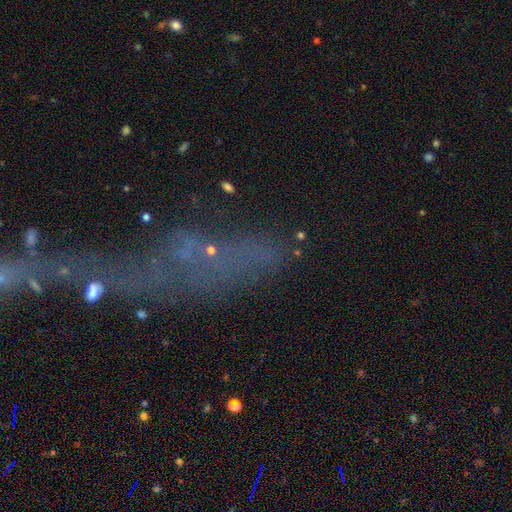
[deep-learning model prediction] star or artifact 37%, smooth 33%, featured or disk 30%.